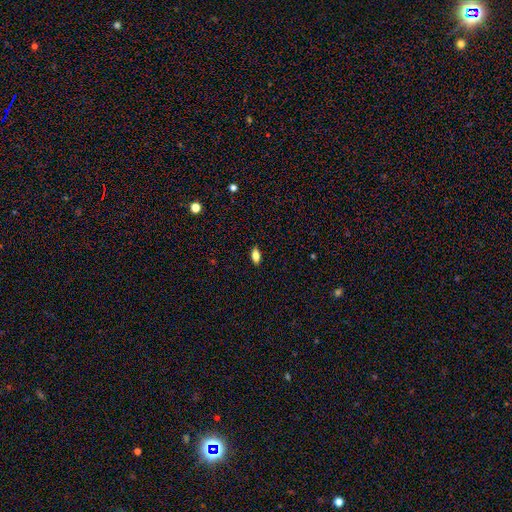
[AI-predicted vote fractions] Overall: smooth (80%). How rounded: in between (88%). Merging: none (88%).